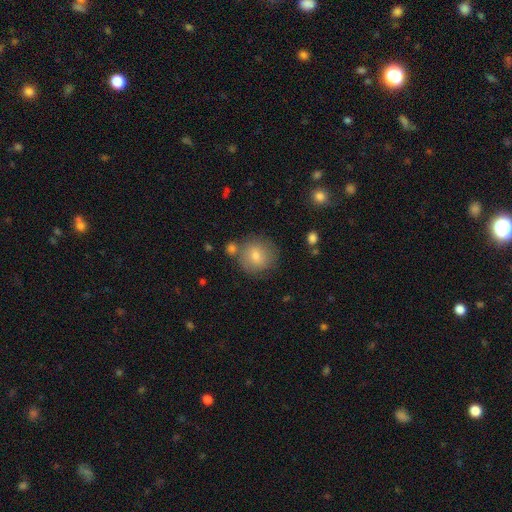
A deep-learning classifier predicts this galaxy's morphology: smooth_or_featured: smooth (p=0.74) [alt: featured or disk p=0.14]
how_rounded: round (p=0.92) [alt: in between p=0.07]
merging: none (p=0.78) [alt: minor disturbance p=0.11]